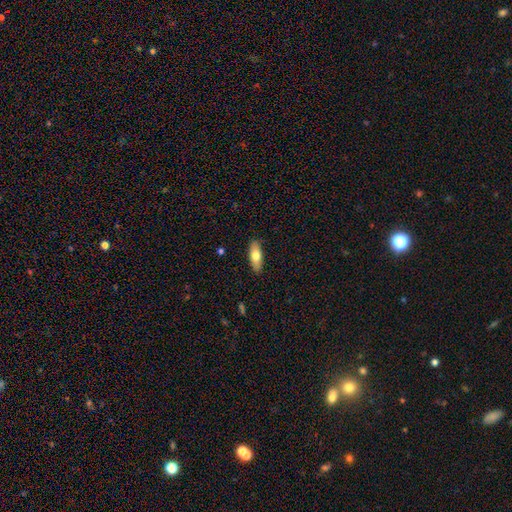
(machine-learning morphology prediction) smooth-or-featured: smooth: 72% | featured or disk: 22% | star or artifact: 6%
  how-rounded: in between: 68% | cigar-shaped: 29% | round: 2%
  merging: none: 89% | minor disturbance: 9% | major disturbance: 2% | merger: 1%